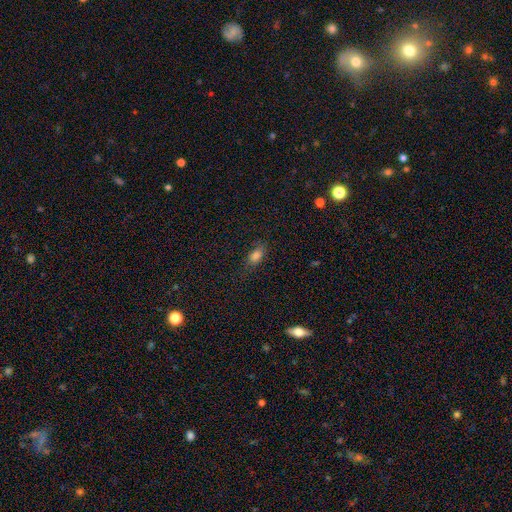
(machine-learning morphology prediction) Overall: smooth (79%). How rounded: in between (83%). Merging: none (75%).